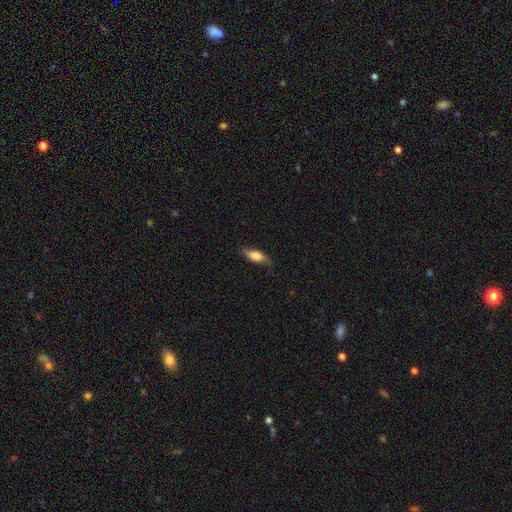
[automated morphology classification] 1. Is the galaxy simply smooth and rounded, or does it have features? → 68% smooth, 26% featured or disk, 7% star or artifact.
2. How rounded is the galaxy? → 71% in between, 25% cigar-shaped, 4% round.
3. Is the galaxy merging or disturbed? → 73% none, 21% minor disturbance, 5% major disturbance, 1% merger.